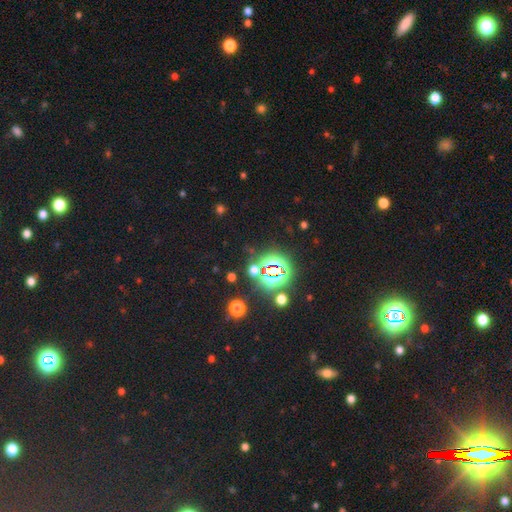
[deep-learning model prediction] Smooth or featured? Predicted: star or artifact (p=0.82).